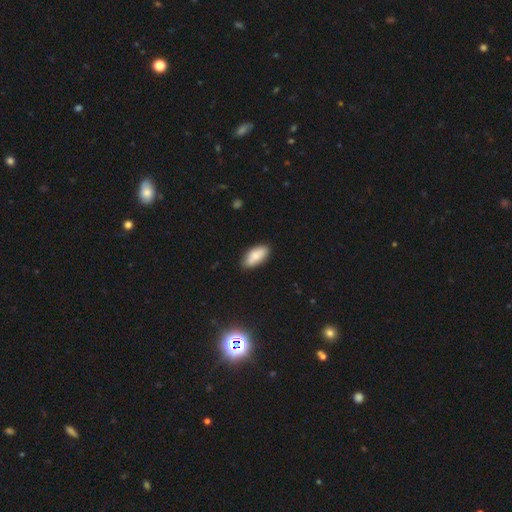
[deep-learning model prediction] A smooth galaxy with no disk features (78%) that is in between round and cigar-shaped (89%). Merging: none (83%).